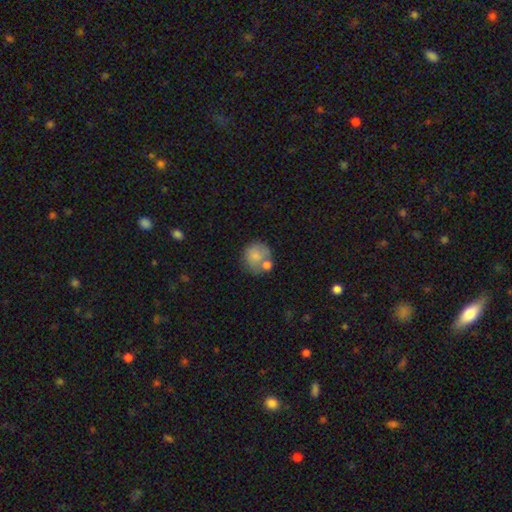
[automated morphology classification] Smooth or featured? Predicted: smooth (p=0.74). How rounded? Predicted: round (p=0.80). Merging? Predicted: none (p=0.45).